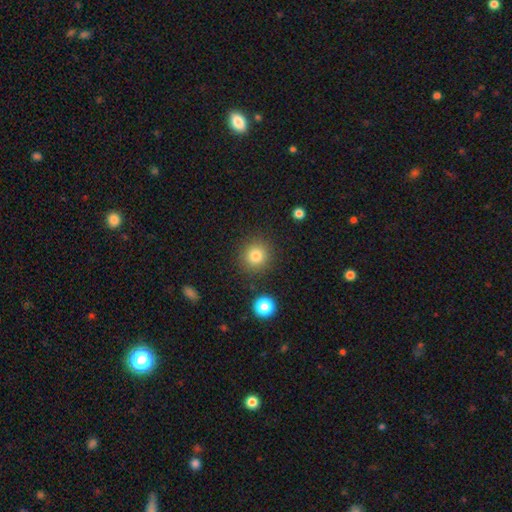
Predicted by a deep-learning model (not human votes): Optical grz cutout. It shows a smooth galaxy with no disk features (82%) that is round (92%). Merging: none (88%).